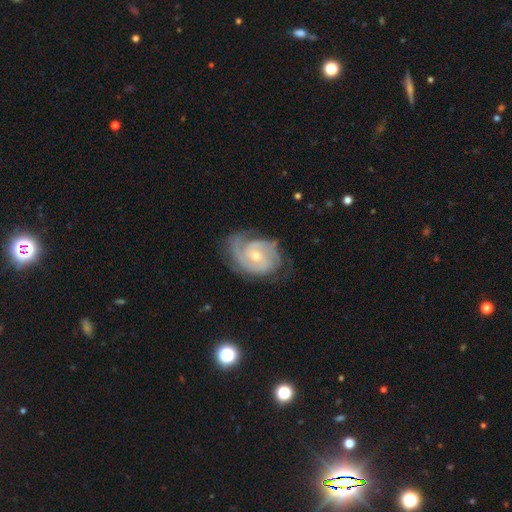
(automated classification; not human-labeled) Smooth or featured? featured or disk (86%)
Edge-on disk? no (97%)
Bar? no (61%)
Spiral arms? yes (96%)
Spiral winding? tight (58%)
Spiral arm count? 2 (36%)
Bulge size? small (51%)
Merging? none (64%)